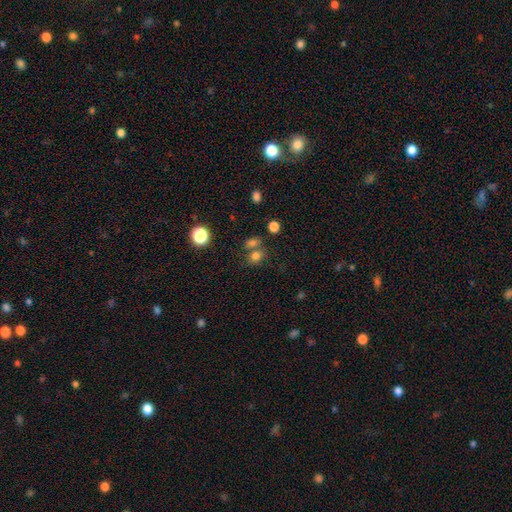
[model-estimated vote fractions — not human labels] A smooth galaxy with no disk features (75%) that is round (53%).

Vote fractions:
- Smooth or featured? smooth: 75% / star or artifact: 17% / featured or disk: 8%
- How rounded? round: 53% / in between: 45% / cigar-shaped: 1%
- Merging? none: 51% / merger: 34% / minor disturbance: 11% / major disturbance: 5%